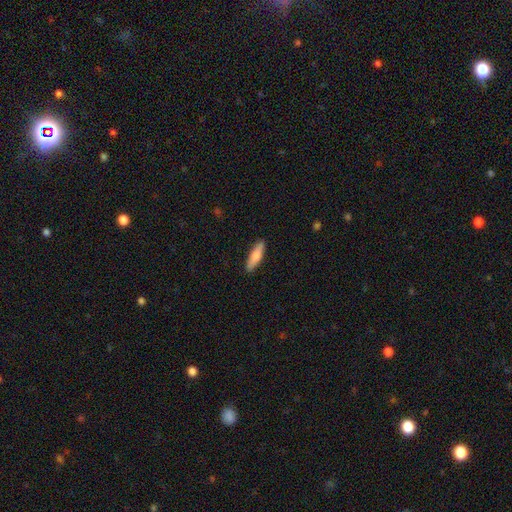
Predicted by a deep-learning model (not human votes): smooth-or-featured: smooth: 68% | featured or disk: 27% | star or artifact: 5%
  how-rounded: cigar-shaped: 68% | in between: 30% | round: 2%
  merging: none: 90% | minor disturbance: 7% | major disturbance: 2% | merger: 1%